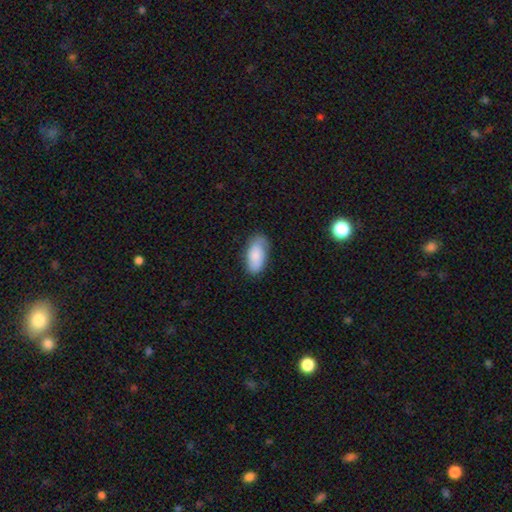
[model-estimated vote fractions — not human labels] smooth-or-featured: smooth: 80% | featured or disk: 13% | star or artifact: 6%
  how-rounded: in between: 92% | cigar-shaped: 5% | round: 3%
  merging: none: 73% | minor disturbance: 20% | major disturbance: 5% | merger: 1%